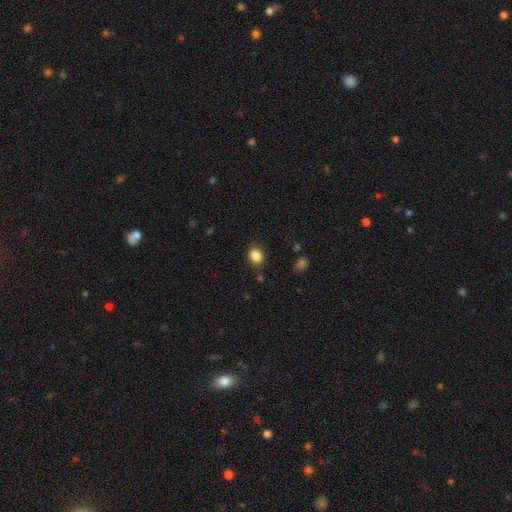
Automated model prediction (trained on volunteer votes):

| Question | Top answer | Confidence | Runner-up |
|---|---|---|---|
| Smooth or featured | smooth | 86% | star or artifact (10%) |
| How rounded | round | 54% | in between (45%) |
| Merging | none | 87% | minor disturbance (9%) |